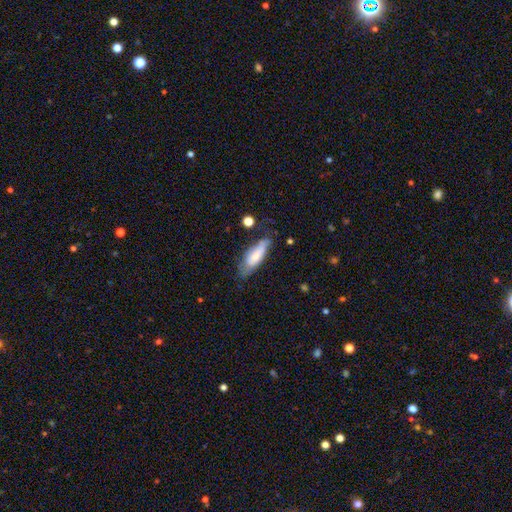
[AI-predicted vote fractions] A smooth galaxy with no disk features (69%) that is in between round and cigar-shaped (57%).

Vote fractions:
- Smooth or featured? smooth: 69% / featured or disk: 24% / star or artifact: 7%
- How rounded? in between: 57% / cigar-shaped: 42% / round: 2%
- Merging? none: 53% / minor disturbance: 31% / major disturbance: 12% / merger: 4%